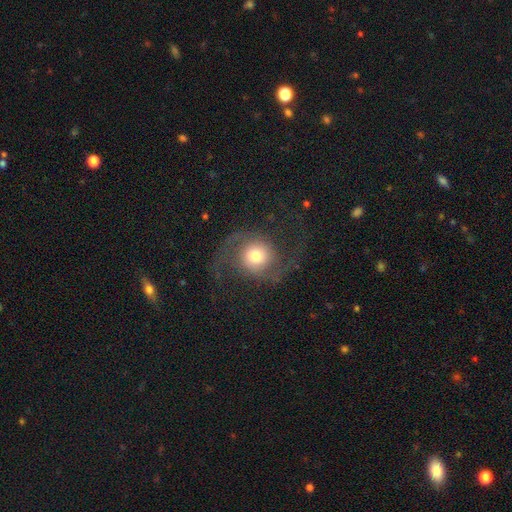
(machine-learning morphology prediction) Smooth or featured? featured or disk (66%)
Edge-on disk? no (97%)
Bar? no (74%)
Spiral arms? yes (90%)
Spiral winding? loose (56%)
Spiral arm count? 2 (90%)
Bulge size? moderate (54%)
Merging? none (58%)